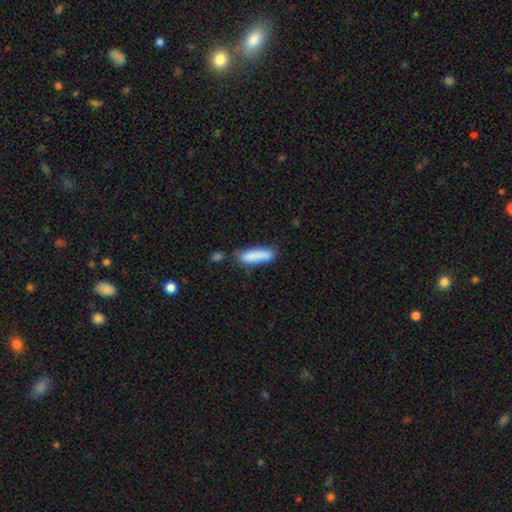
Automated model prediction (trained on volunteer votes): The model was most divided on "how rounded": cigar-shaped: 63%, in between: 35%, round: 2%. More confident: smooth or featured — smooth (85%); merging — none (62%).